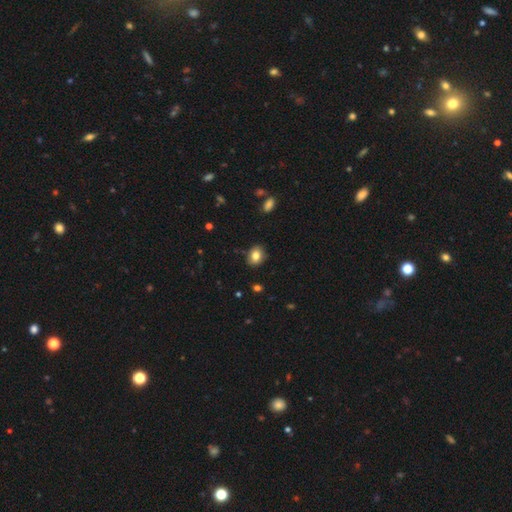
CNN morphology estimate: This appears to be a smooth galaxy with no disk features (82%) that is in between round and cigar-shaped (58%). Merging: none (84%).